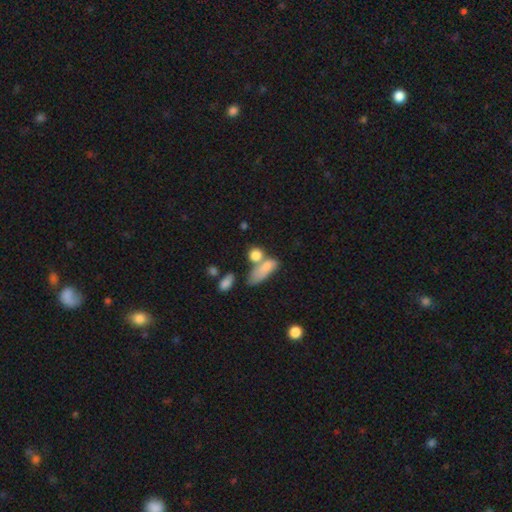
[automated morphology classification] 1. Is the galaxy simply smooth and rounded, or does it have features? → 79% smooth, 11% featured or disk, 10% star or artifact.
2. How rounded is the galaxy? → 46% round, 42% in between, 11% cigar-shaped.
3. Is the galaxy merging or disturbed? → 41% none, 37% merger, 14% minor disturbance, 9% major disturbance.